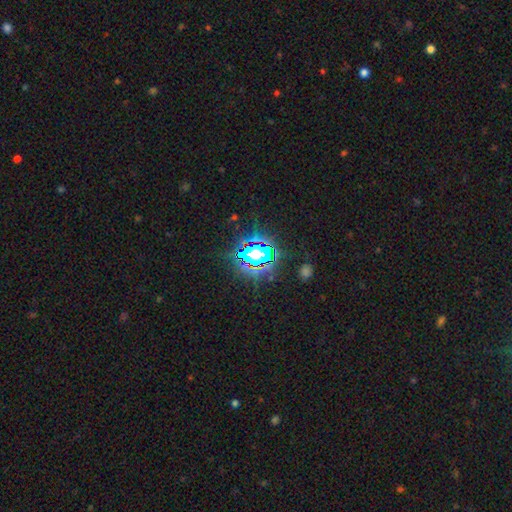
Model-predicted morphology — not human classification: Smooth or featured? Predicted: star or artifact (p=0.69).